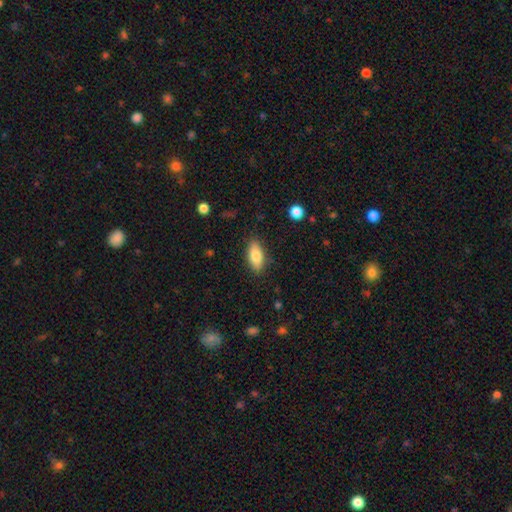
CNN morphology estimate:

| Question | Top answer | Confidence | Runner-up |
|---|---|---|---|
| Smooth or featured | smooth | 80% | featured or disk (13%) |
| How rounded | in between | 84% | cigar-shaped (13%) |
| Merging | none | 85% | minor disturbance (11%) |